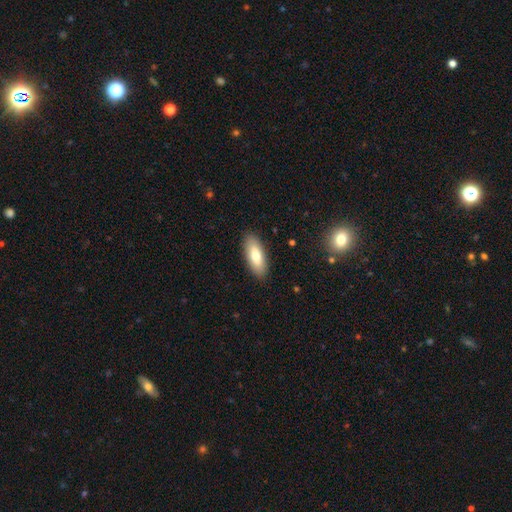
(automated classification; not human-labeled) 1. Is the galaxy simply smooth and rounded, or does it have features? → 75% smooth, 19% featured or disk, 6% star or artifact.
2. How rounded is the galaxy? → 77% in between, 21% cigar-shaped, 2% round.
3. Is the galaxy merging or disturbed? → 89% none, 8% minor disturbance, 2% major disturbance, 1% merger.